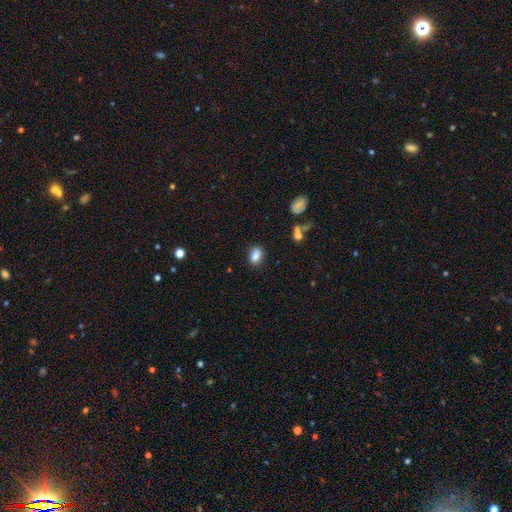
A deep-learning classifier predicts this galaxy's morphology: Overall: smooth (86%). How rounded: in between (82%). Merging: none (85%).